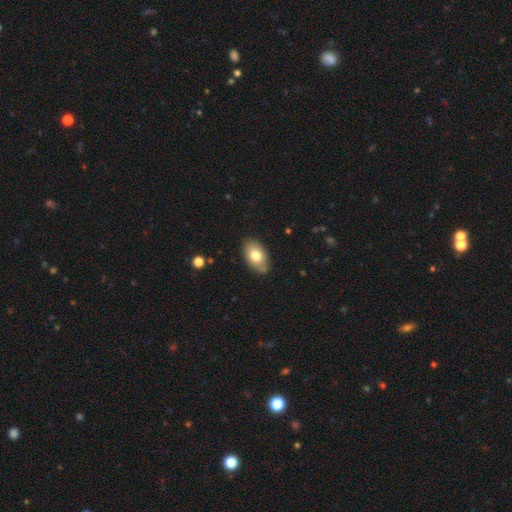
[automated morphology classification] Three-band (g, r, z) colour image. It shows a smooth galaxy with no disk features (75%) that is in between round and cigar-shaped (92%). Merging: none (83%).